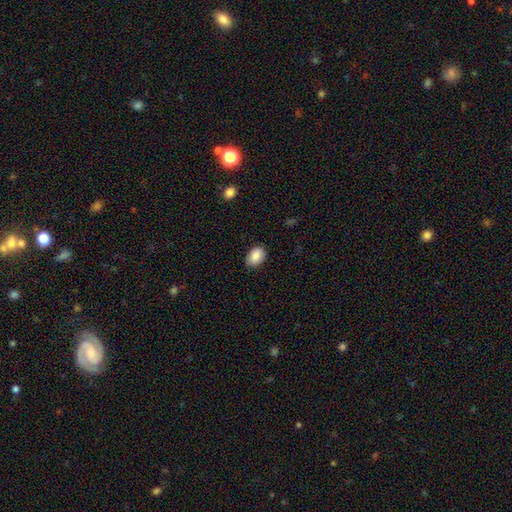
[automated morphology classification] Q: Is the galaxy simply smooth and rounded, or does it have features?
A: smooth — 88%.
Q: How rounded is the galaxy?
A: in between — 83%.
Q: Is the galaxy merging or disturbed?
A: none — 84%.